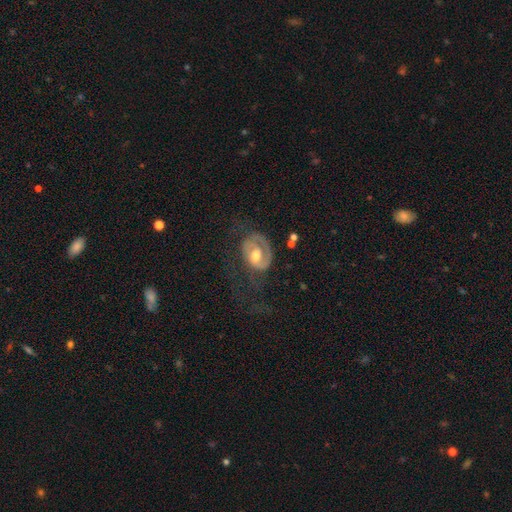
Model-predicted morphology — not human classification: smooth-or-featured: featured or disk: 75% | smooth: 19% | star or artifact: 6%
  disk-edge-on: no: 97% | yes: 3%
    bar: no: 51% | weak: 38% | strong: 11%
    has-spiral-arms: yes: 82% | no: 18%
      spiral-winding: tight: 44% | medium: 35% | loose: 20%
      spiral-arm-count: 1: 60% | 2: 25% | can't tell: 11% | 3: 2% | 4: 1% | more than 4: 1%
    bulge-size: moderate: 69% | small: 14% | large: 14% | none: 2% | dominant: 1%
  merging: none: 44% | major disturbance: 35% | minor disturbance: 20% | merger: 2%